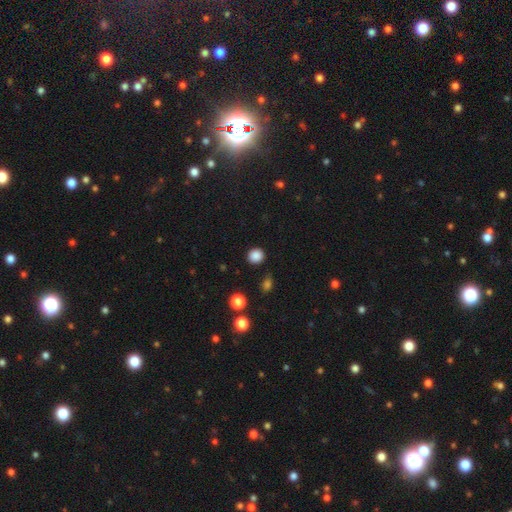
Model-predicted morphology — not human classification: smooth_or_featured: smooth (p=0.86) [alt: star or artifact p=0.11]
how_rounded: round (p=0.88) [alt: in between p=0.11]
merging: none (p=0.88) [alt: minor disturbance p=0.07]